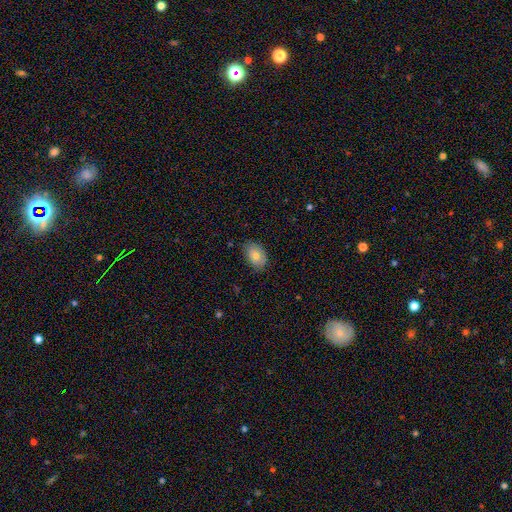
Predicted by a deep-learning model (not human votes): Smooth or featured? Predicted: smooth (p=0.76). How rounded? Predicted: in between (p=0.86). Merging? Predicted: none (p=0.81).